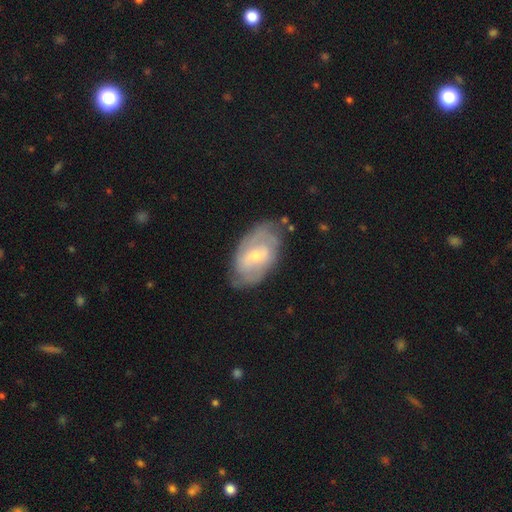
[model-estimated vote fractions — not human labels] Smooth or featured: featured or disk — 74% (smooth — 20%)
Edge-on disk: no — 94% (yes — 6%)
Bar: weak — 49% (no — 34%)
Spiral arms: yes — 84% (no — 16%)
Spiral winding: tight — 52% (medium — 36%)
Spiral arm count: 2 — 49% (can't tell — 34%)
Bulge size: small — 50% (moderate — 45%)
Merging: none — 71% (minor disturbance — 21%)